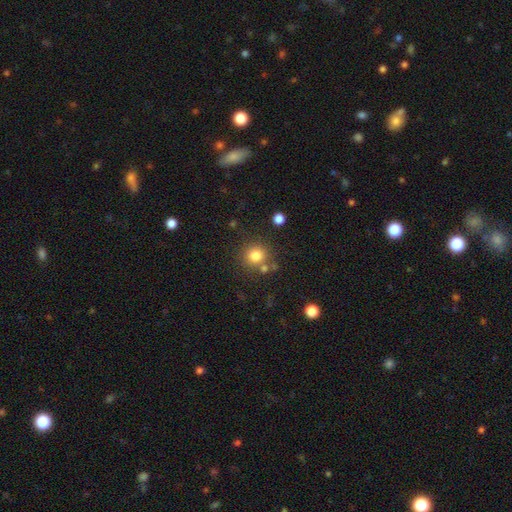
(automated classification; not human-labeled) A smooth galaxy with no disk features (80%) that is round (90%).

Vote fractions:
- Smooth or featured? smooth: 80% / star or artifact: 13% / featured or disk: 7%
- How rounded? round: 90% / in between: 9% / cigar-shaped: 1%
- Merging? none: 75% / merger: 11% / minor disturbance: 10% / major disturbance: 4%